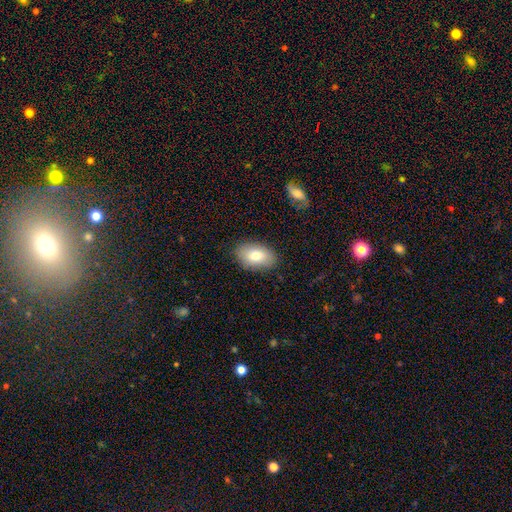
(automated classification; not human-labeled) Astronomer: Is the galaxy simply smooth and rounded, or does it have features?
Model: smooth — 79%.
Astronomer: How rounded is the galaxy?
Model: in between — 91%.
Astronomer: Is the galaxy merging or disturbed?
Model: none — 87%.